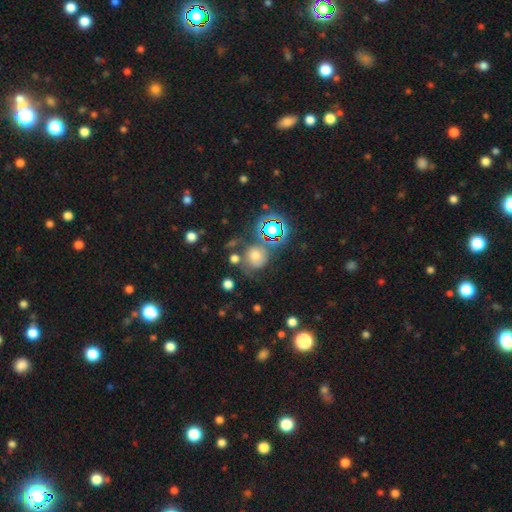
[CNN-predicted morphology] Smooth or featured?
  - smooth: 50% *
  - featured or disk: 26%
  - star or artifact: 23%
How rounded?
  - round: 79% *
  - in between: 20%
  - cigar-shaped: 1%
Merging?
  - none: 51% *
  - minor disturbance: 21%
  - major disturbance: 16%
  - merger: 12%